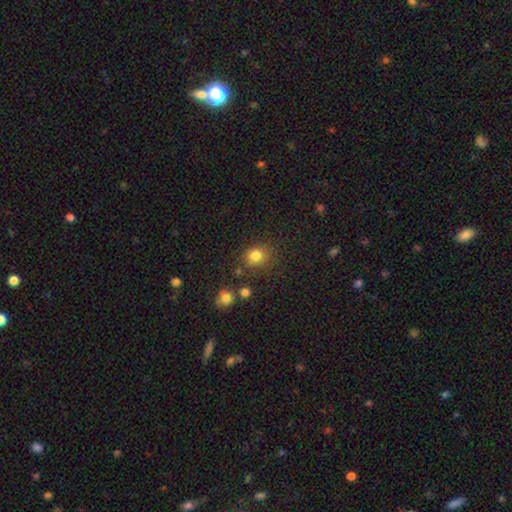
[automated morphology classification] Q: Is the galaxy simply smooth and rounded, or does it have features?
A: smooth — 81%.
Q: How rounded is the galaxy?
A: round — 74%.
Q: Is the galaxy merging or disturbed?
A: none — 77%.